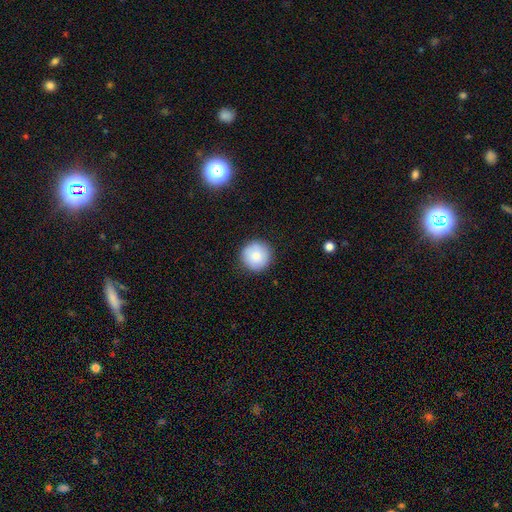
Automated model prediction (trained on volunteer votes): Overall: smooth (85%). How rounded: round (96%). Merging: none (90%).